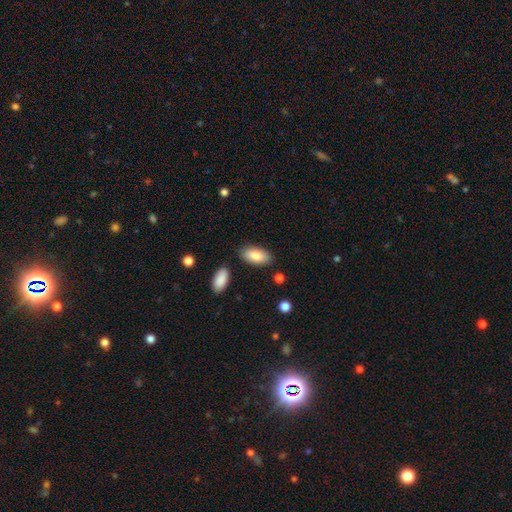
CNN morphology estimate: smooth-or-featured: smooth: 84% | featured or disk: 10% | star or artifact: 6%
  how-rounded: in between: 92% | cigar-shaped: 5% | round: 2%
  merging: none: 84% | minor disturbance: 10% | merger: 4% | major disturbance: 2%